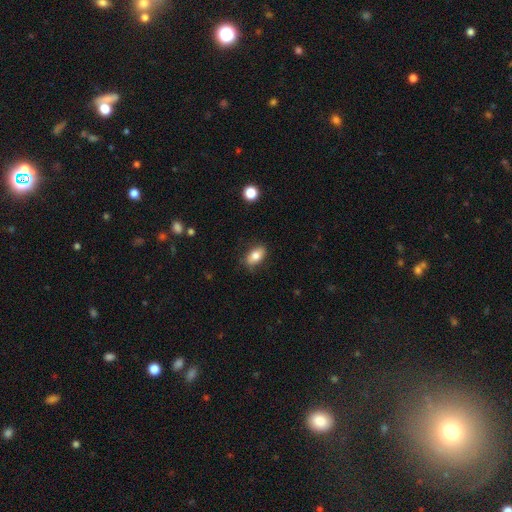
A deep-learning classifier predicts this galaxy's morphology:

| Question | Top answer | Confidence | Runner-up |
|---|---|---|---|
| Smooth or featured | smooth | 79% | featured or disk (14%) |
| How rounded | in between | 89% | round (7%) |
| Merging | none | 80% | minor disturbance (15%) |